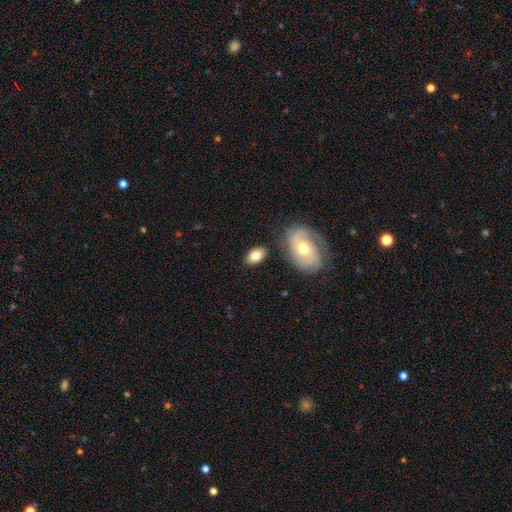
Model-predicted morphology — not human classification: smooth-or-featured: smooth: 76% | featured or disk: 17% | star or artifact: 7%
  how-rounded: in between: 89% | round: 10% | cigar-shaped: 2%
  merging: none: 77% | minor disturbance: 13% | merger: 7% | major disturbance: 4%